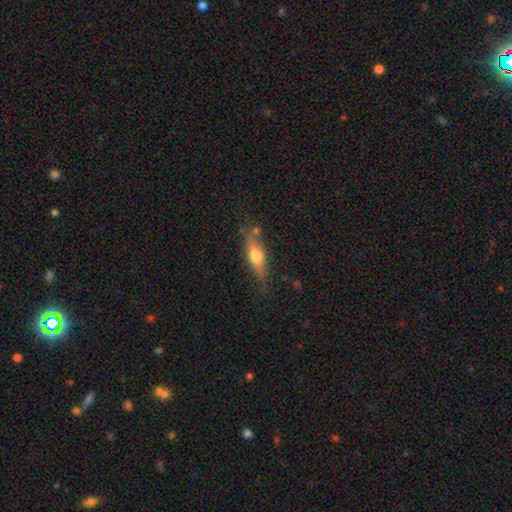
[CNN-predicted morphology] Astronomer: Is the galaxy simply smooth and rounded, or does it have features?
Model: smooth — 56% (runner-up: featured or disk, 37%).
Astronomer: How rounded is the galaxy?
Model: in between — 49% (runner-up: cigar-shaped, 47%).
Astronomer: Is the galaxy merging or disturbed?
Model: none — 69%.